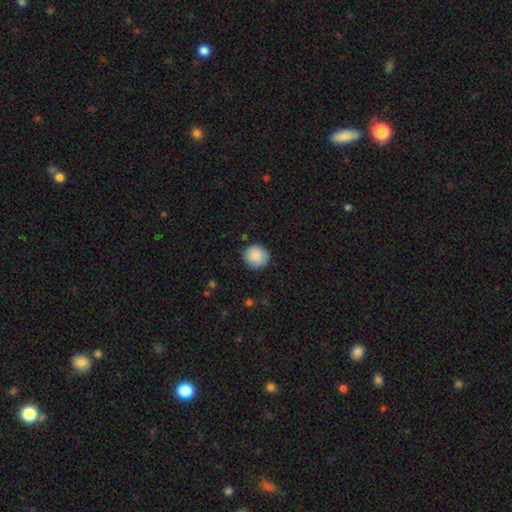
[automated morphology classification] smooth 87%, star or artifact 7%, featured or disk 6%. Down the decision tree: how rounded — round (93%); merging — none (89%).